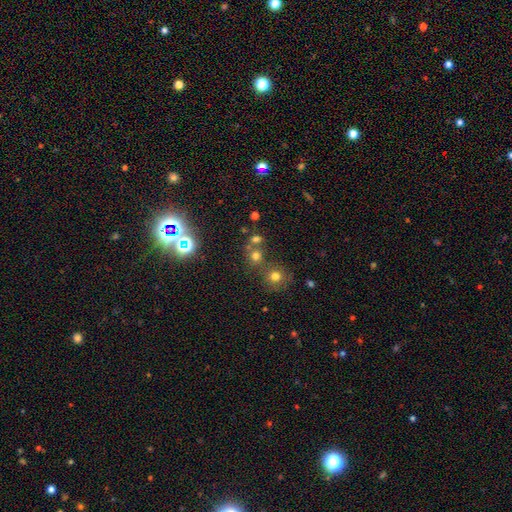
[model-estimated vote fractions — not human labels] Smooth or featured? smooth (66%)
How rounded? round (86%)
Merging? none (60%)